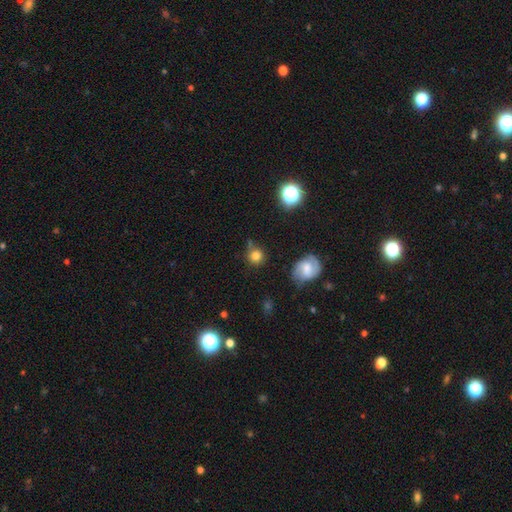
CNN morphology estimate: Smooth or featured: smooth — 77% (star or artifact — 12%)
How rounded: round — 88% (in between — 10%)
Merging: none — 70% (minor disturbance — 17%)